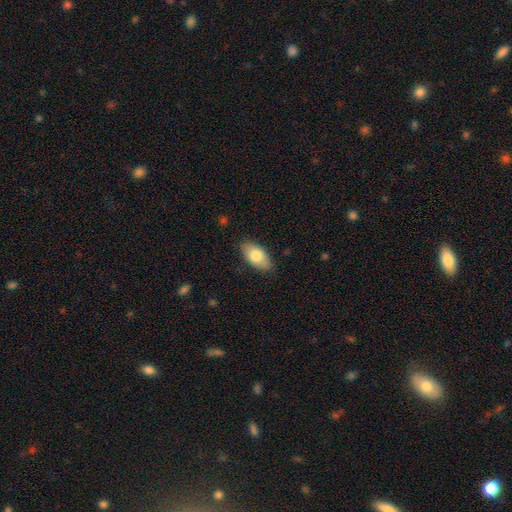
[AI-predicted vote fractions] Smooth or featured?
  - smooth: 78% *
  - featured or disk: 16%
  - star or artifact: 6%
How rounded?
  - in between: 92% *
  - cigar-shaped: 4%
  - round: 3%
Merging?
  - none: 85% *
  - minor disturbance: 12%
  - major disturbance: 2%
  - merger: 1%